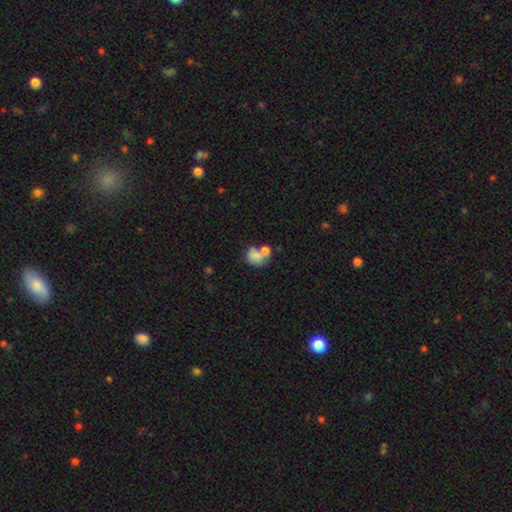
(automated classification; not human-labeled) smooth 71%, featured or disk 19%, star or artifact 10%. Down the decision tree: how rounded — in between (53%); merging — merger (49%).